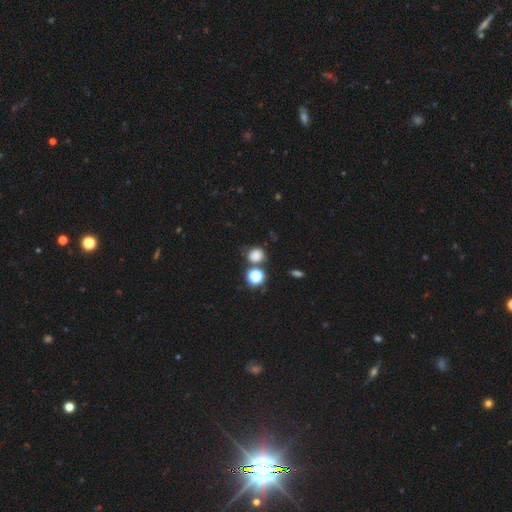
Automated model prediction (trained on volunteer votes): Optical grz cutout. It shows a smooth galaxy with no disk features (76%) that is round (78%). Merging: none (65%).